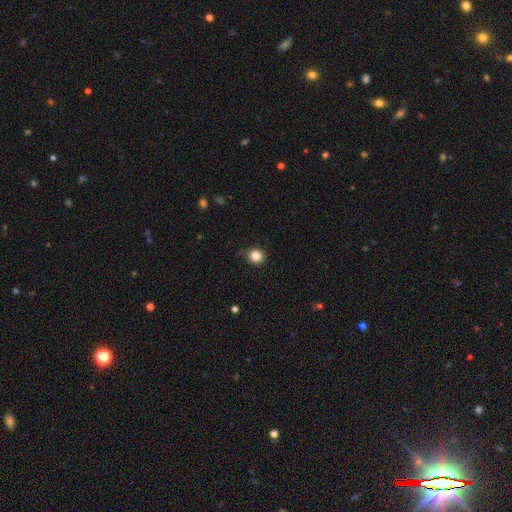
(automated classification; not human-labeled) Morphology: type=smooth (85%); roundness=round (90%); merging=none (87%).